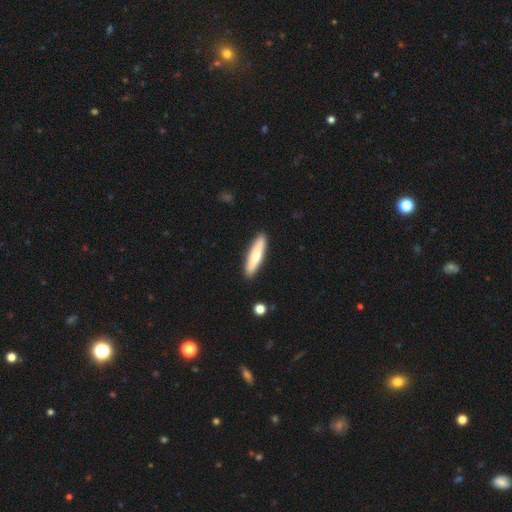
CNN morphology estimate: smooth-or-featured: smooth: 66% | featured or disk: 29% | star or artifact: 5%
  how-rounded: cigar-shaped: 79% | in between: 20% | round: 1%
  merging: none: 90% | minor disturbance: 7% | major disturbance: 1% | merger: 1%